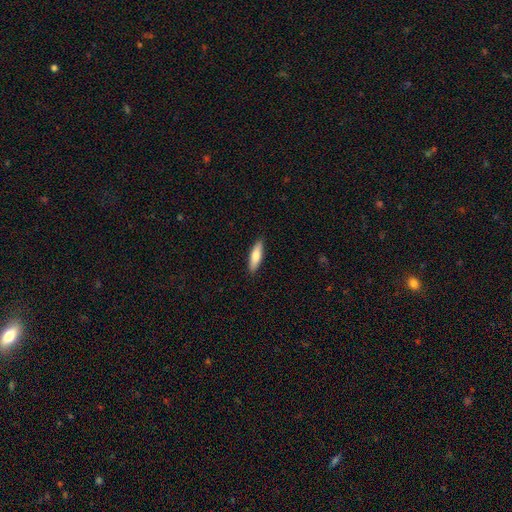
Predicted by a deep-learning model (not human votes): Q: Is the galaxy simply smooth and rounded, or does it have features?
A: smooth — 78%.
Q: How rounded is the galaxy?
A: cigar-shaped — 61%.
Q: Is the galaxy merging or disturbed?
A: none — 90%.